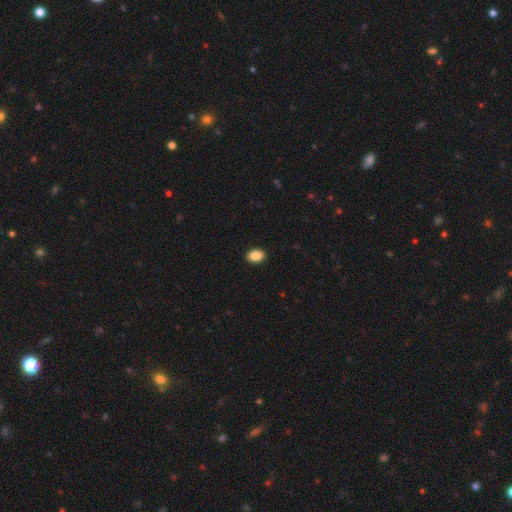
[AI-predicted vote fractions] Q: Smooth or featured?
A: smooth (88%); runner-up: star or artifact (8%)
Q: How rounded?
A: in between (79%); runner-up: round (20%)
Q: Merging?
A: none (91%); runner-up: minor disturbance (6%)